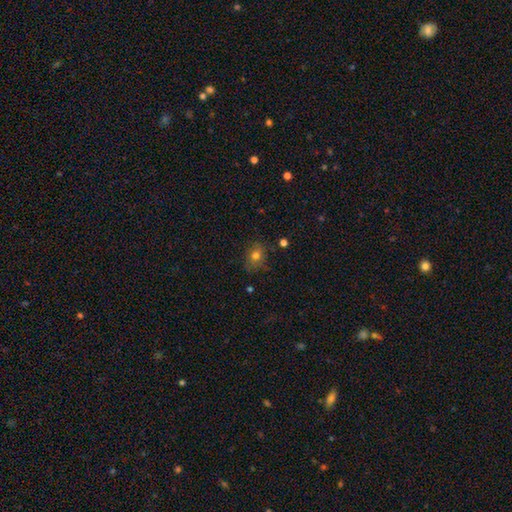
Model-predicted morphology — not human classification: This is likely a smooth galaxy (76%). How rounded: possibly in between (50%). Merging: likely none (72%).